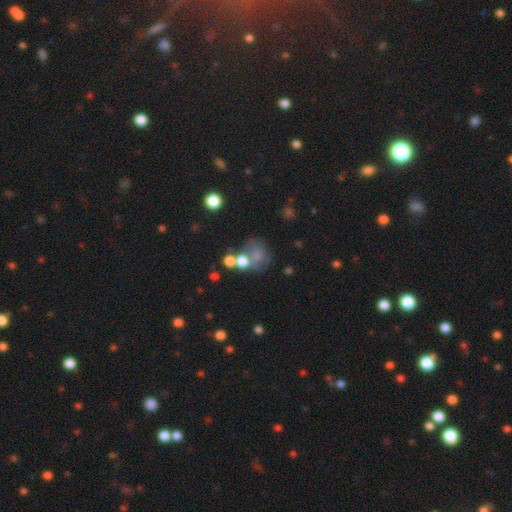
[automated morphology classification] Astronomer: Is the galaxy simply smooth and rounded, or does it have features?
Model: smooth — 60%.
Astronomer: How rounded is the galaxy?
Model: round — 65%.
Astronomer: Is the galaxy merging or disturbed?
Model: none — 35% (runner-up: merger, 32%).